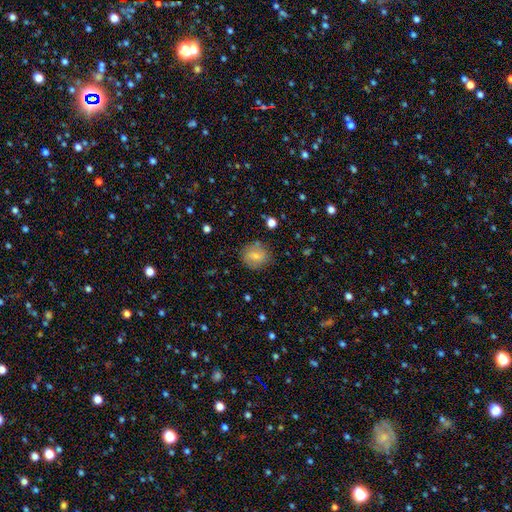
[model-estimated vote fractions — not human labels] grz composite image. It shows a smooth galaxy with no disk features (65%) that is round (76%). Merging: none (80%).